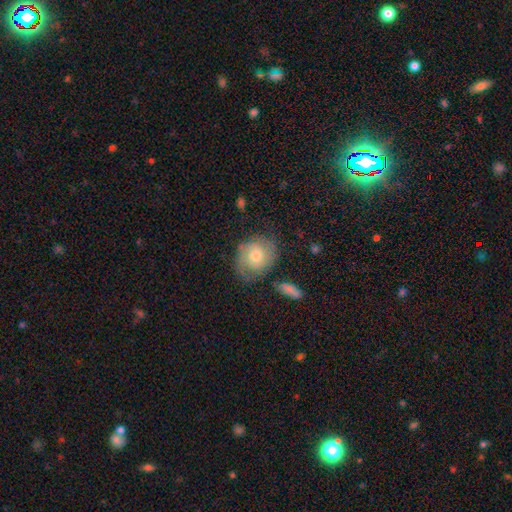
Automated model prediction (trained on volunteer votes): The model was most divided on "smooth or featured": featured or disk: 54%, smooth: 38%, star or artifact: 8%. More confident: edge-on disk — no (96%); spiral arms — yes (83%); bar — no (77%); merging — none (69%); bulge size — moderate (63%).